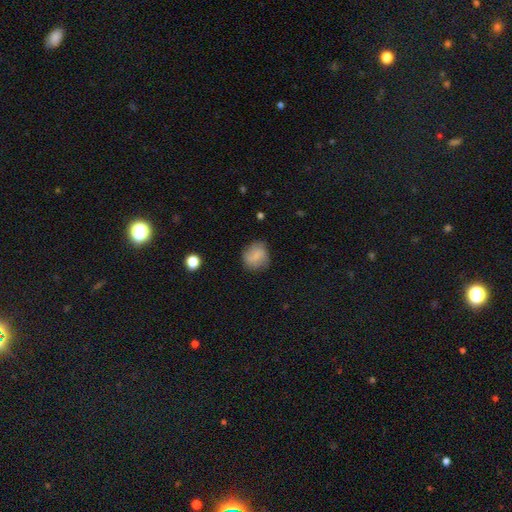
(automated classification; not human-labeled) smooth 72%, featured or disk 20%, star or artifact 9%. Down the decision tree: how rounded — round (69%); merging — none (74%).